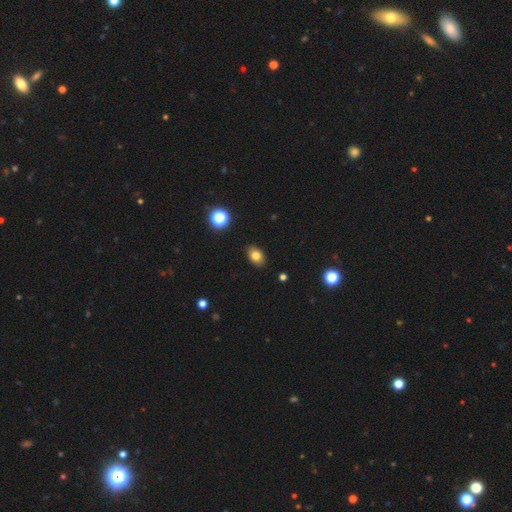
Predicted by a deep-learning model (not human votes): A smooth galaxy with no disk features (81%) that is in between round and cigar-shaped (80%). Merging: none (88%).